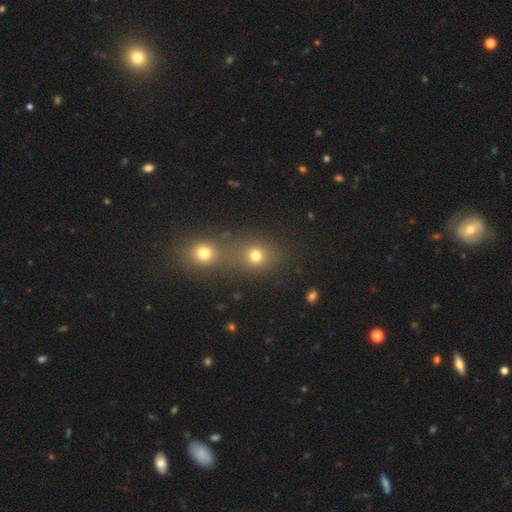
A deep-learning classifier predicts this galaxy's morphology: A smooth galaxy with no disk features (73%) that is round (79%). Merging: none (47%).